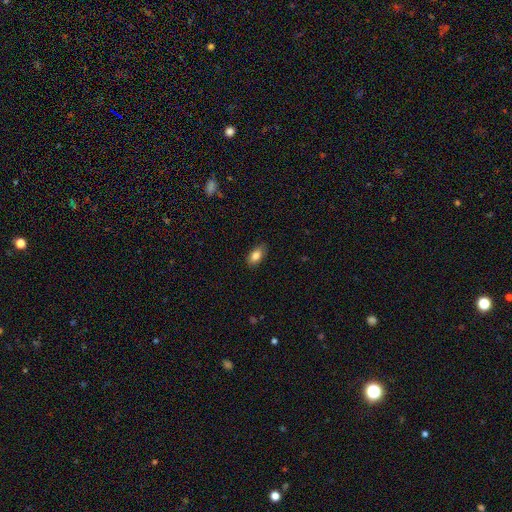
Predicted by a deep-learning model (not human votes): Overall: smooth (84%). How rounded: in between (90%). Merging: none (83%).